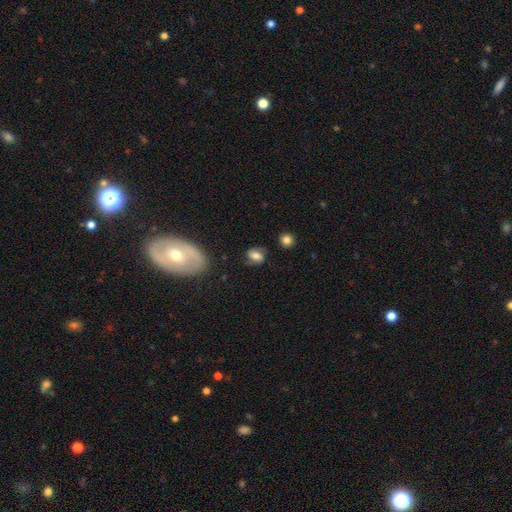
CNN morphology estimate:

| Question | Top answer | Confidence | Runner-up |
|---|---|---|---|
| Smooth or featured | smooth | 55% | featured or disk (34%) |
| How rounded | in between | 65% | round (32%) |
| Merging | none | 68% | minor disturbance (20%) |